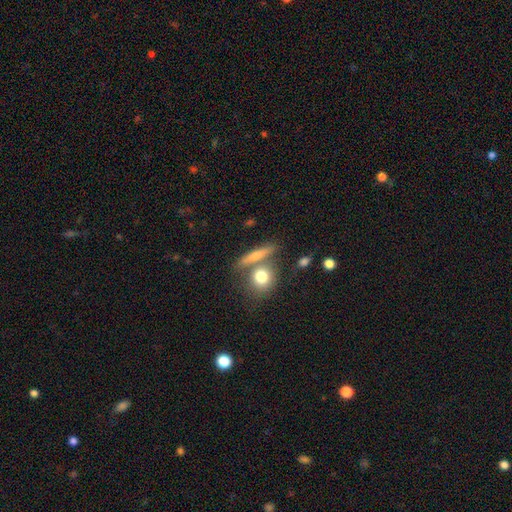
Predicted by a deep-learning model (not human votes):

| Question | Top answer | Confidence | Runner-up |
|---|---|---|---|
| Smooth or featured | smooth | 71% | featured or disk (21%) |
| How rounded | cigar-shaped | 42% | round (36%) |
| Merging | none | 65% | merger (19%) |